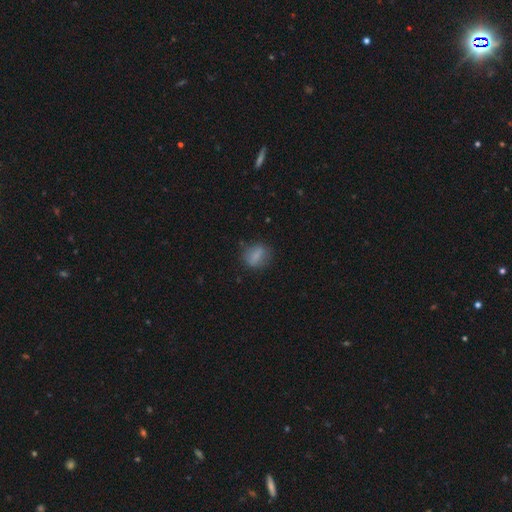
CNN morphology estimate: Smooth or featured? smooth (76%)
How rounded? in between (51%)
Merging? none (74%)